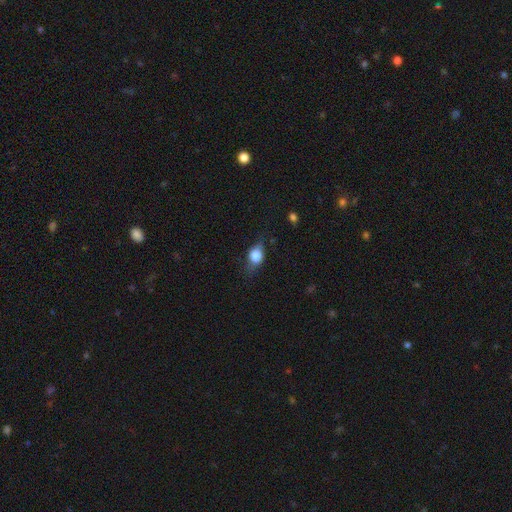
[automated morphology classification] smooth-or-featured: smooth: 65% | featured or disk: 25% | star or artifact: 10%
  how-rounded: in between: 59% | round: 36% | cigar-shaped: 5%
  merging: none: 63% | minor disturbance: 26% | major disturbance: 10% | merger: 2%